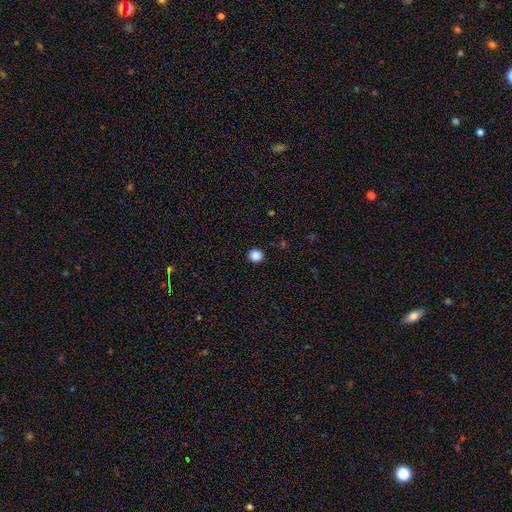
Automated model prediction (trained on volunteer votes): Morphology: type=smooth (87%); roundness=round (89%); merging=none (92%).